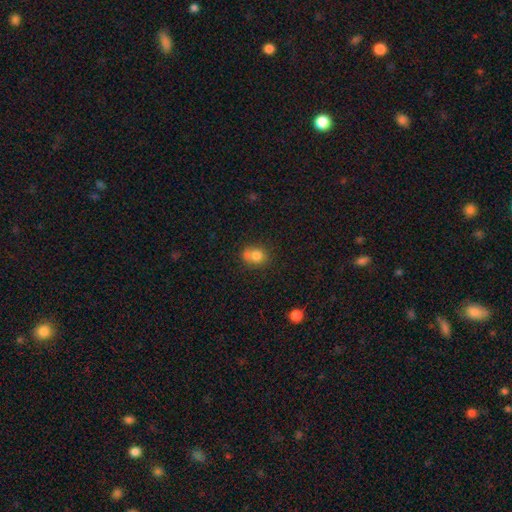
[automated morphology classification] Q: Smooth or featured?
A: smooth (77%); runner-up: featured or disk (12%)
Q: How rounded?
A: round (70%); runner-up: in between (30%)
Q: Merging?
A: none (47%); runner-up: merger (33%)